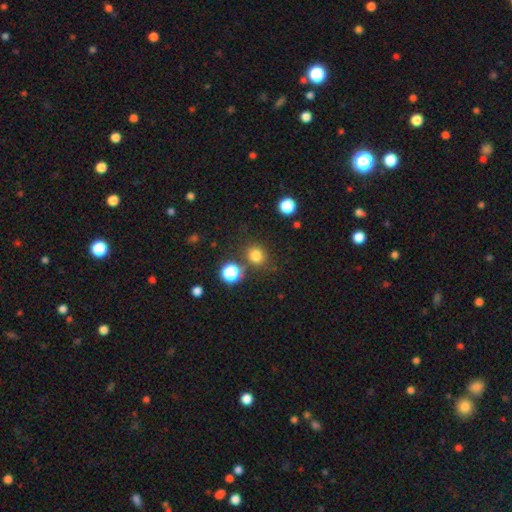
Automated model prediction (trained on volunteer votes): smooth_or_featured: smooth (p=0.79) [alt: star or artifact p=0.16]
how_rounded: round (p=0.80) [alt: in between p=0.19]
merging: none (p=0.81) [alt: minor disturbance p=0.10]